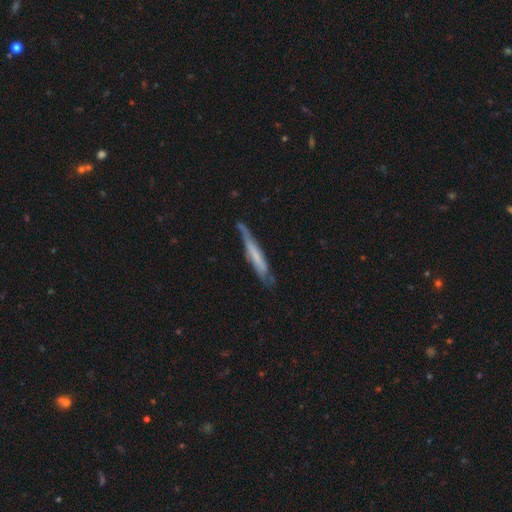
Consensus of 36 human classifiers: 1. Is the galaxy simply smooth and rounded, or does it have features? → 58% featured or disk, 39% smooth, 3% star or artifact.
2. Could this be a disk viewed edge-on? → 95% yes, 5% no.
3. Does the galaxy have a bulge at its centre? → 80% none, 15% boxy, 5% rounded.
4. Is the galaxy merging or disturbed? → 49% none, 31% minor disturbance, 20% major disturbance, 0% merger.